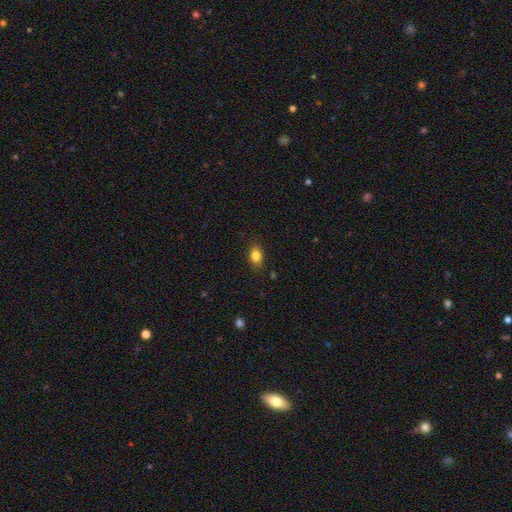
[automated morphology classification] type=smooth (83%); roundness=in between (78%); merging=none (86%).